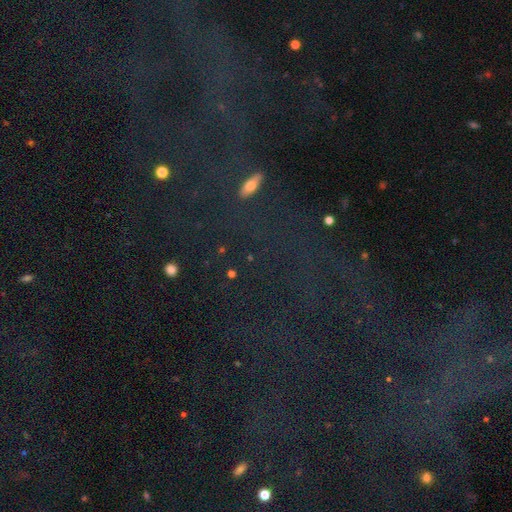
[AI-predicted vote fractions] Smooth or featured: star or artifact — 79% (smooth — 12%)